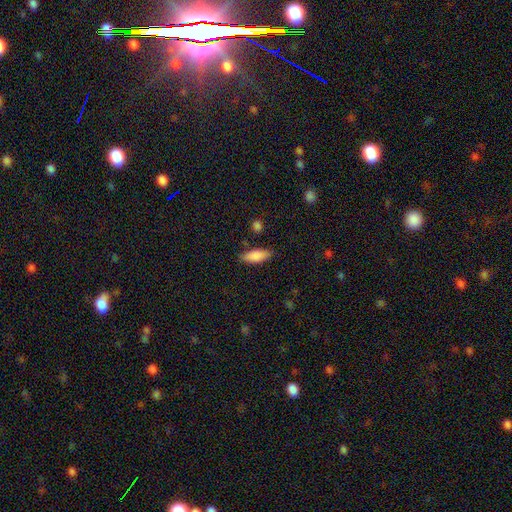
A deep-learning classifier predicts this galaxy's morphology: This is clearly a smooth galaxy (85%). How rounded: likely in between (72%). Merging: clearly none (81%).